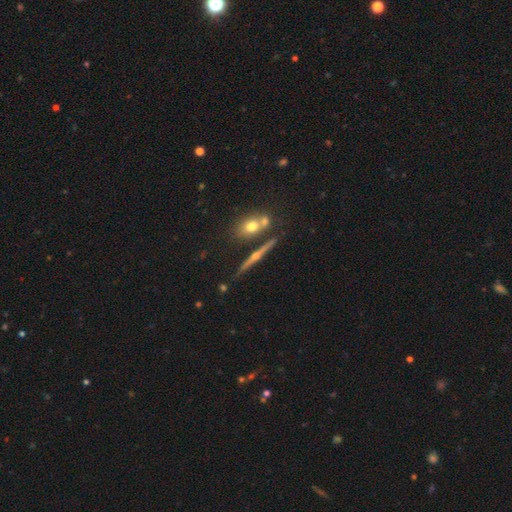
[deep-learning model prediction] A featured or disk galaxy (55%) viewed edge-on (85%).

Vote fractions:
- Smooth or featured? featured or disk: 55% / smooth: 30% / star or artifact: 15%
- Edge-on disk? yes: 85% / no: 15%
- Merging? none: 65% / merger: 20% / minor disturbance: 10% / major disturbance: 5%